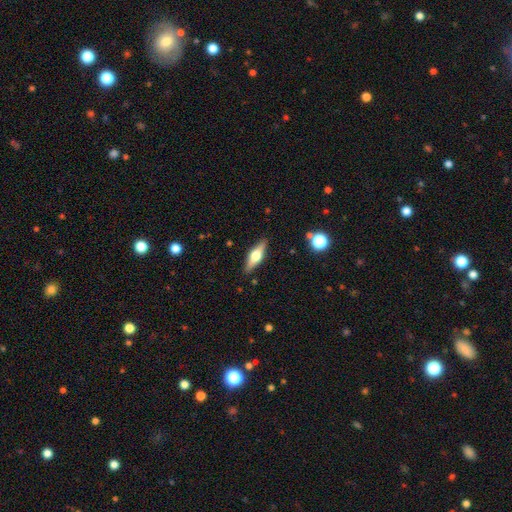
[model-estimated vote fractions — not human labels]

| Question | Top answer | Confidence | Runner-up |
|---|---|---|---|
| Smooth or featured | featured or disk | 55% | smooth (39%) |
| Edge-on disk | yes | 93% | no (7%) |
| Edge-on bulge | rounded | 94% | boxy (4%) |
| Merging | none | 88% | minor disturbance (8%) |